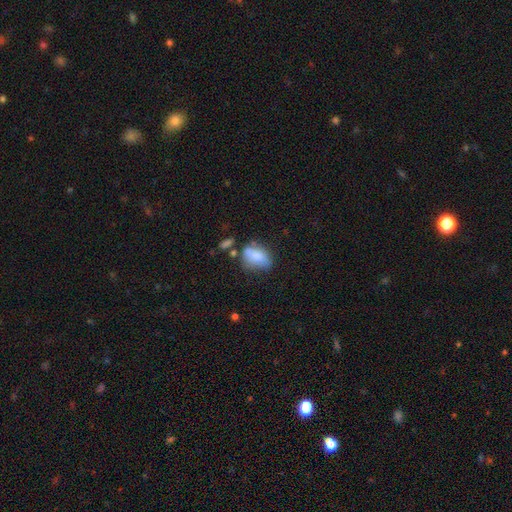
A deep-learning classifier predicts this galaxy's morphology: smooth-or-featured: smooth: 74% | featured or disk: 18% | star or artifact: 8%
  how-rounded: in between: 80% | round: 17% | cigar-shaped: 3%
  merging: none: 45% | minor disturbance: 29% | merger: 14% | major disturbance: 12%